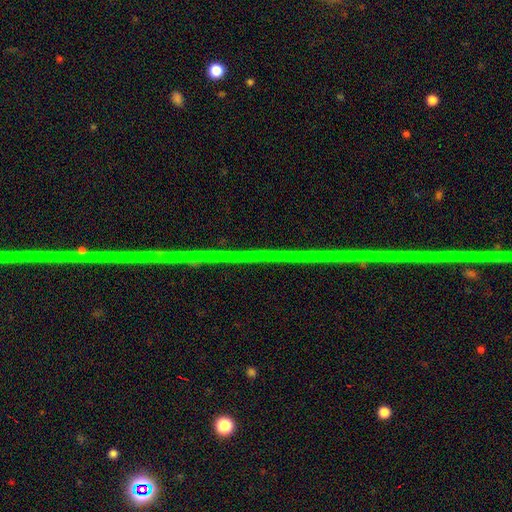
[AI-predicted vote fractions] This appears to be a star or artifact, not a galaxy (86%).